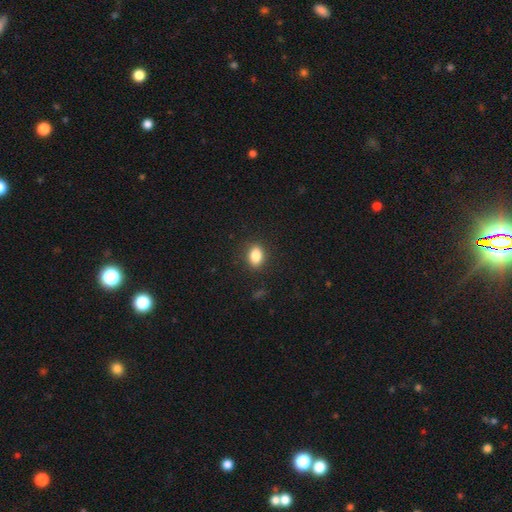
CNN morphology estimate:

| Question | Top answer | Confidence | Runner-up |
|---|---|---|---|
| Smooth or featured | smooth | 86% | star or artifact (9%) |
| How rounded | in between | 74% | round (24%) |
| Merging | none | 87% | minor disturbance (9%) |